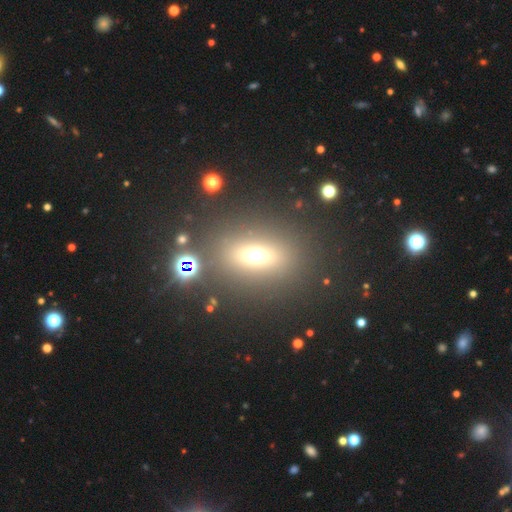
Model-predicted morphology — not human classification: Smooth or featured?
  - smooth: 57% *
  - star or artifact: 24%
  - featured or disk: 19%
How rounded?
  - in between: 55% *
  - round: 36%
  - cigar-shaped: 8%
Merging?
  - none: 82% *
  - minor disturbance: 8%
  - major disturbance: 5%
  - merger: 4%